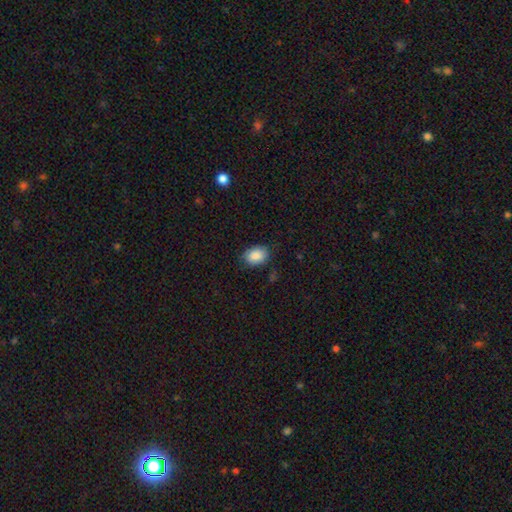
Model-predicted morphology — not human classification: smooth_or_featured: smooth (p=0.88) [alt: star or artifact p=0.07]
how_rounded: in between (p=0.77) [alt: round p=0.22]
merging: none (p=0.80) [alt: minor disturbance p=0.15]